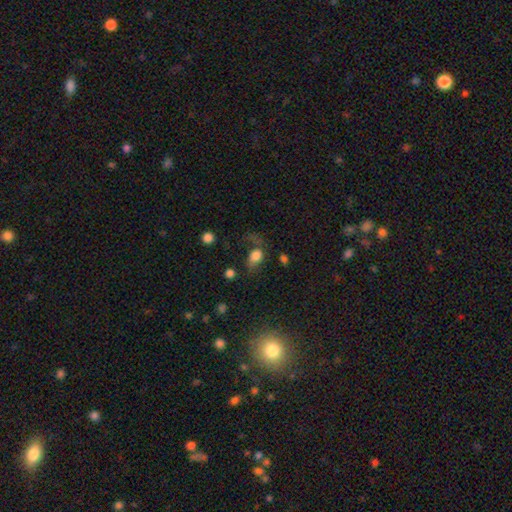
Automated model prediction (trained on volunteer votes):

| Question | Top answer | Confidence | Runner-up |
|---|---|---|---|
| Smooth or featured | smooth | 75% | star or artifact (13%) |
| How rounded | in between | 66% | round (32%) |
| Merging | none | 37% | major disturbance (32%) |